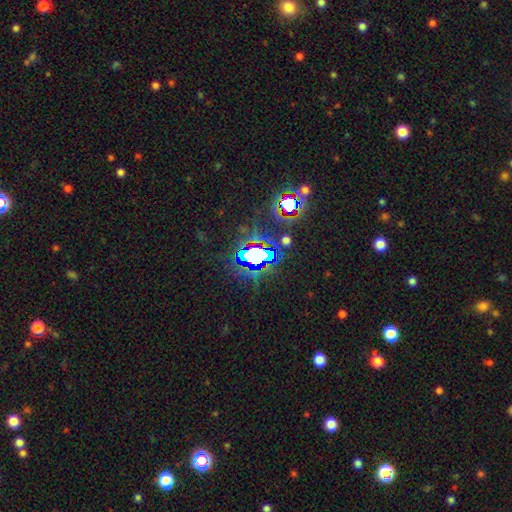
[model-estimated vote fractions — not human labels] This is likely a star or artifact rather than a galaxy (66%).